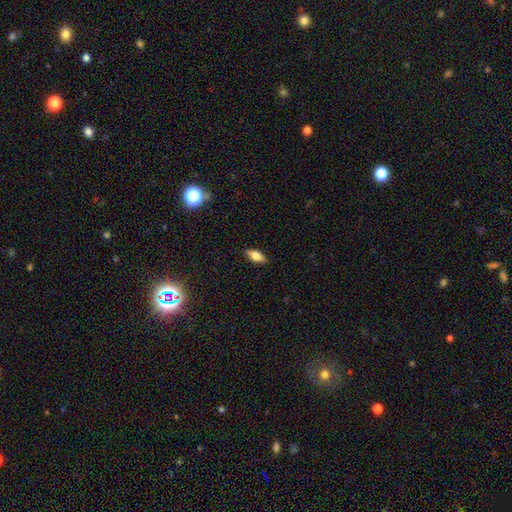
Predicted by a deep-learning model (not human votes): smooth 70%, featured or disk 23%, star or artifact 8%. Down the decision tree: how rounded — in between (81%); merging — none (88%).